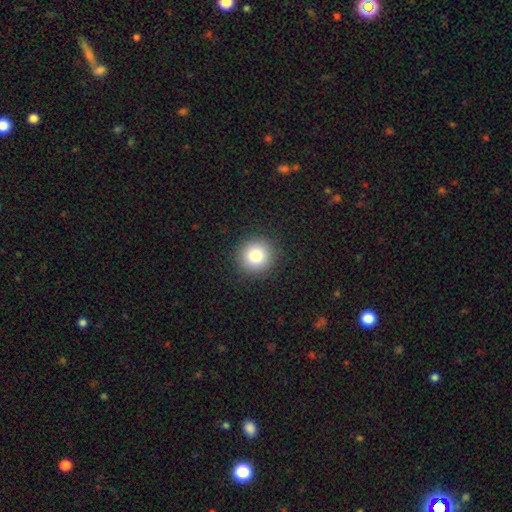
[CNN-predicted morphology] A smooth galaxy with no disk features (82%) that is round (94%). Merging: none (92%).